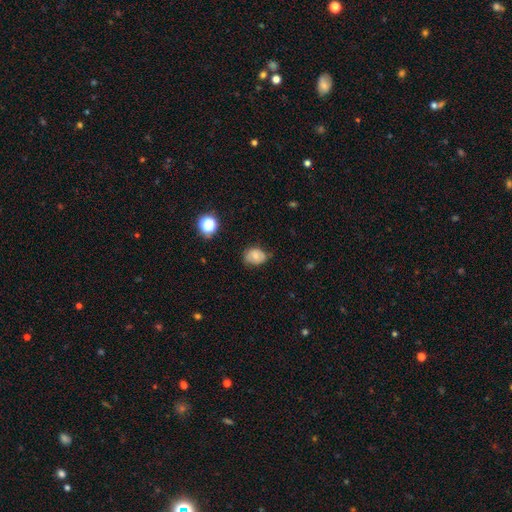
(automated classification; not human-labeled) This is likely a smooth galaxy (65%). How rounded: likely in between (61%). Merging: likely none (63%).